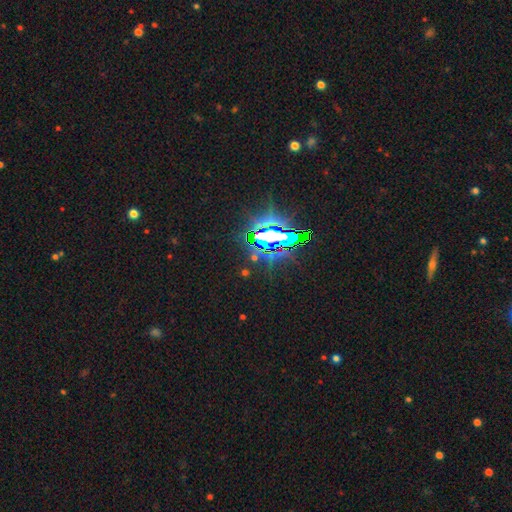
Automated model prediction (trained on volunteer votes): A star or artifact, not a galaxy (82%).

Vote fractions:
- Smooth or featured? star or artifact: 82% / featured or disk: 9% / smooth: 9%